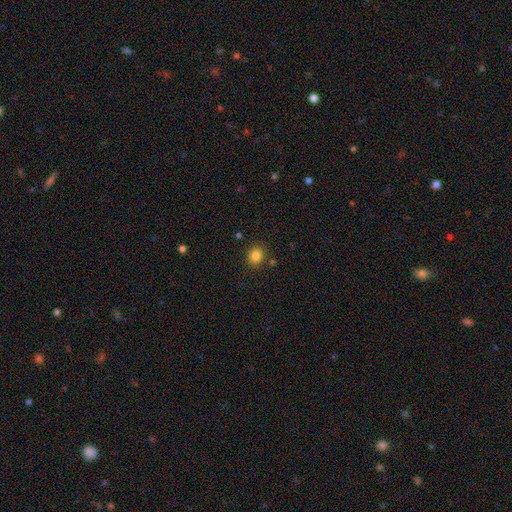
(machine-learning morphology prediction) Smooth or featured? Predicted: smooth (p=0.83). How rounded? Predicted: round (p=0.79). Merging? Predicted: none (p=0.86).